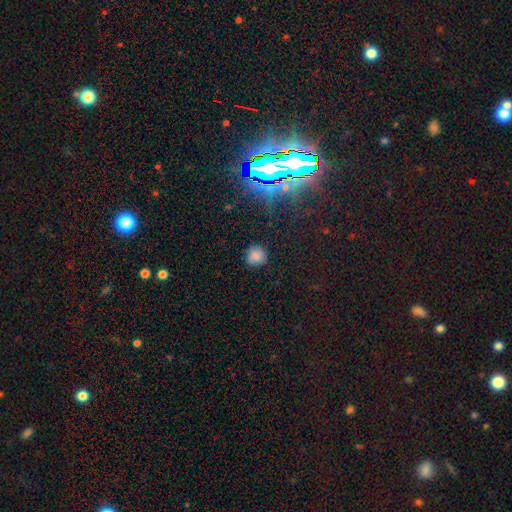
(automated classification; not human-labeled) Smooth or featured: smooth — 77% (star or artifact — 15%)
How rounded: round — 90% (in between — 9%)
Merging: none — 82% (minor disturbance — 13%)